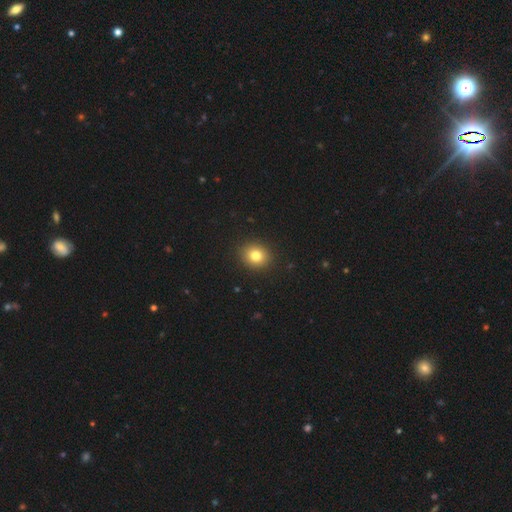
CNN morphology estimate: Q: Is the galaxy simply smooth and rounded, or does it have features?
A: smooth — 81%.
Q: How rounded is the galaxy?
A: round — 76%.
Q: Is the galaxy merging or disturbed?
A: none — 91%.